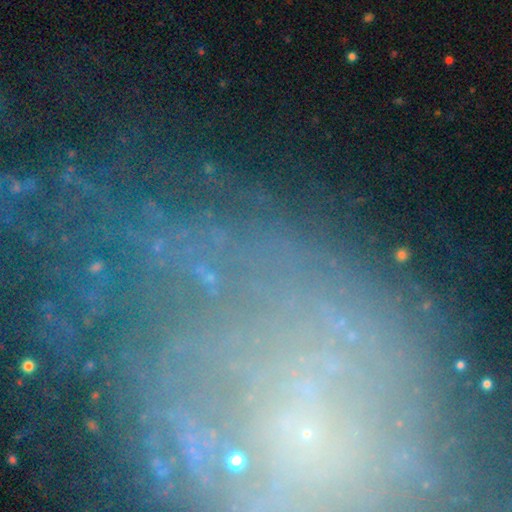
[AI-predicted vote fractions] The model was most divided on "smooth or featured": star or artifact: 68%, featured or disk: 17%, smooth: 15%.